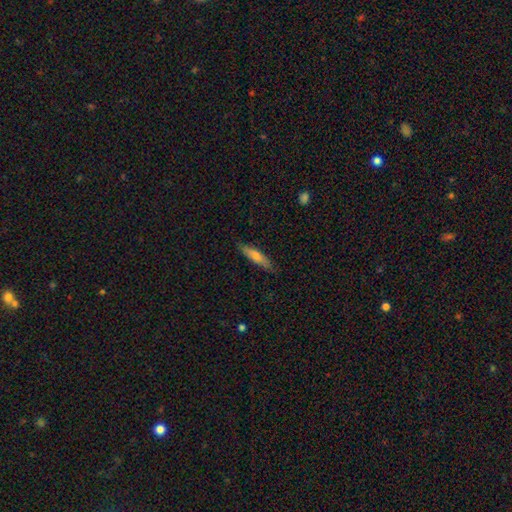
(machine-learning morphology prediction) The model was most divided on "how rounded": cigar-shaped: 71%, in between: 27%, round: 2%. More confident: merging — none (83%); smooth or featured — smooth (70%).